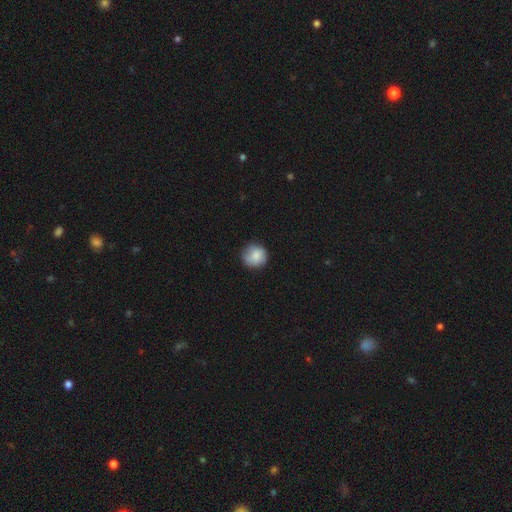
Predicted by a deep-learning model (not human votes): Overall: smooth (81%). How rounded: round (91%). Merging: none (81%).